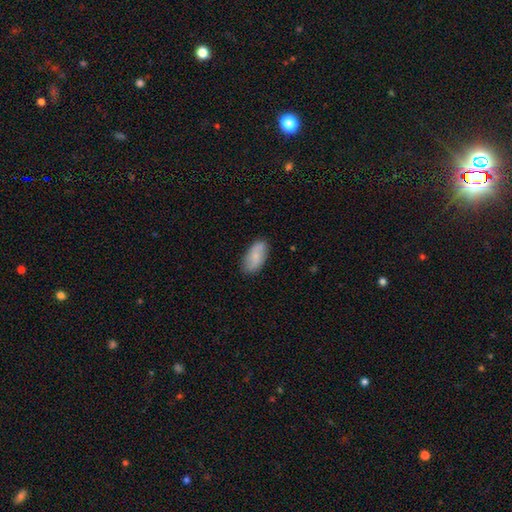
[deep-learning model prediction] The model was most divided on "smooth or featured": smooth: 68%, featured or disk: 26%, star or artifact: 6%. More confident: how rounded — in between (92%); merging — none (84%).